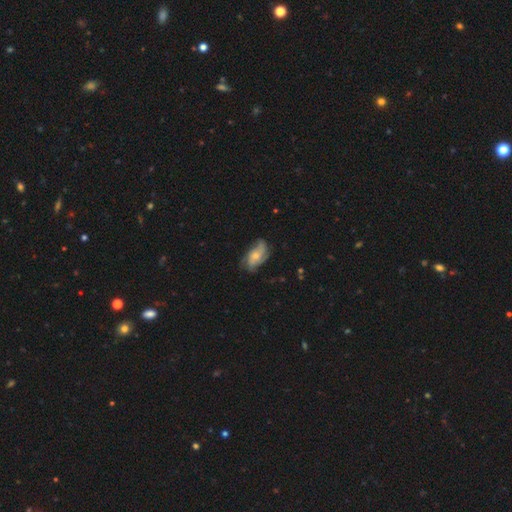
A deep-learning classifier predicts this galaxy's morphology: The model was most divided on "bulge size": small: 49%, moderate: 44%, none: 3%, large: 3%, dominant: 1%. Remaining: edge-on disk — no (95%); spiral arms — yes (89%); bar — no (77%); smooth or featured — featured or disk (66%); merging — none (65%); spiral winding — medium (41%); spiral arm count — 3 (33%).